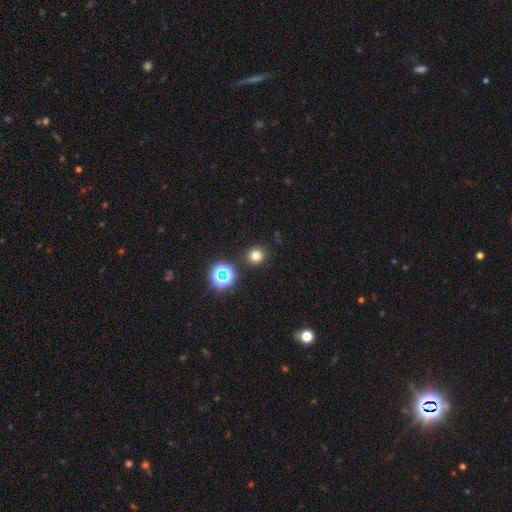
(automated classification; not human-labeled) A smooth galaxy with no disk features (74%) that is round (89%).

Vote fractions:
- Smooth or featured? smooth: 74% / star or artifact: 19% / featured or disk: 6%
- How rounded? round: 89% / in between: 10% / cigar-shaped: 1%
- Merging? none: 89% / minor disturbance: 6% / merger: 3% / major disturbance: 2%